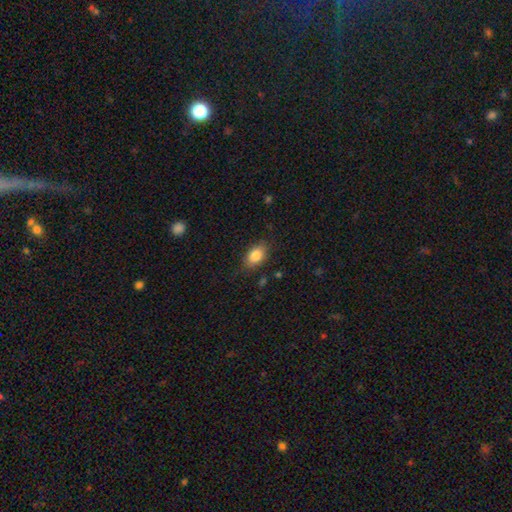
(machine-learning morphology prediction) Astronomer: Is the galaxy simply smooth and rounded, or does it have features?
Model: smooth — 83%.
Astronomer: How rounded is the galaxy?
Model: in between — 85%.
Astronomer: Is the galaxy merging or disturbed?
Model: none — 78%.